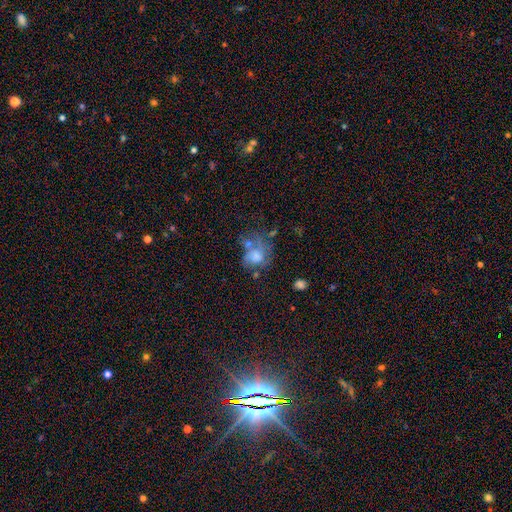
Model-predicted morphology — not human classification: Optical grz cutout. It shows a smooth galaxy with no disk features (50%). Merging: major disturbance (33%).